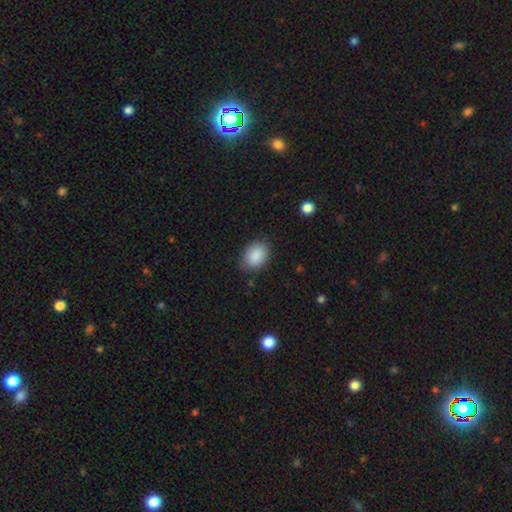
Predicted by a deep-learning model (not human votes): smooth-or-featured: smooth: 89% | star or artifact: 7% | featured or disk: 4%
  how-rounded: in between: 70% | round: 29% | cigar-shaped: 1%
  merging: none: 82% | minor disturbance: 13% | major disturbance: 3% | merger: 1%